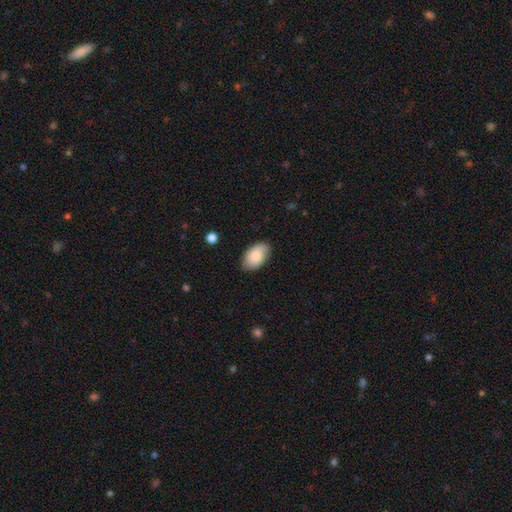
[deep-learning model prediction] Smooth or featured?
  - smooth: 83% *
  - featured or disk: 11%
  - star or artifact: 6%
How rounded?
  - in between: 94% *
  - round: 5%
  - cigar-shaped: 1%
Merging?
  - none: 82% *
  - minor disturbance: 15%
  - major disturbance: 3%
  - merger: 1%